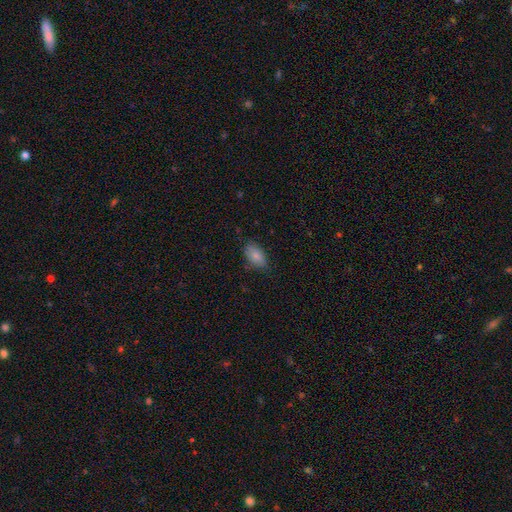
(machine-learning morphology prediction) The model was most divided on "merging": none: 79%, minor disturbance: 17%, major disturbance: 3%, merger: 1%. More confident: how rounded — in between (92%); smooth or featured — smooth (85%).